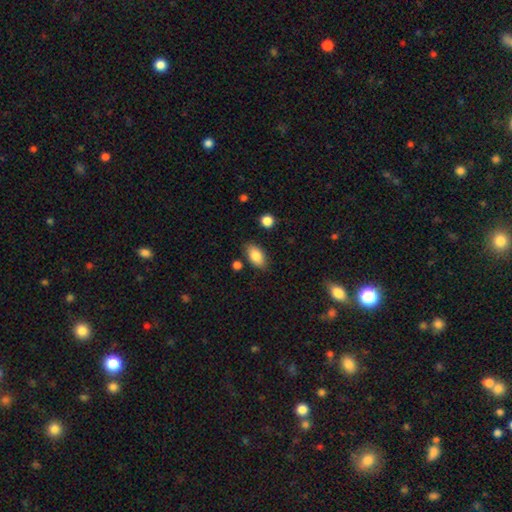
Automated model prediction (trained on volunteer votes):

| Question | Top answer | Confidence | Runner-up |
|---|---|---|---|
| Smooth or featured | smooth | 86% | star or artifact (7%) |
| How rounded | in between | 92% | round (6%) |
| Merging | none | 81% | minor disturbance (13%) |